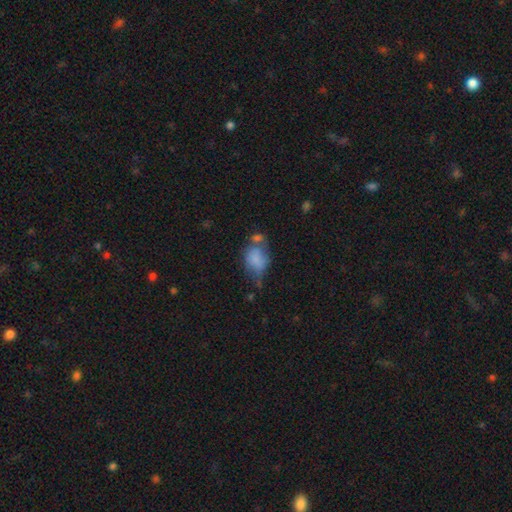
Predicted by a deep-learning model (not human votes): smooth-or-featured: smooth: 66% | featured or disk: 24% | star or artifact: 10%
  how-rounded: in between: 76% | round: 22% | cigar-shaped: 2%
  merging: merger: 30% | minor disturbance: 25% | major disturbance: 23% | none: 22%